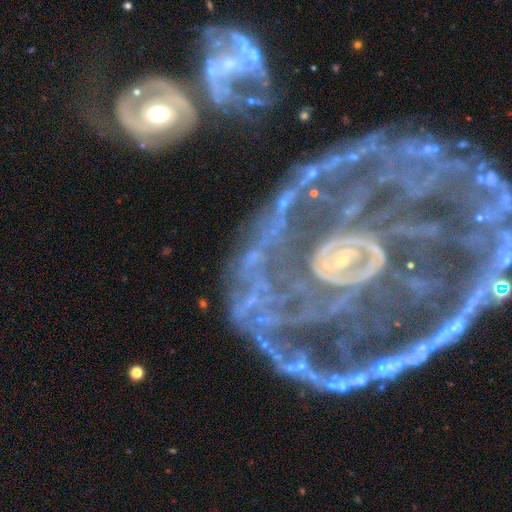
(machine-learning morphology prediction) Smooth or featured: featured or disk — 74% (star or artifact — 15%)
Edge-on disk: no — 94% (yes — 6%)
Bar: no — 52% (strong — 24%)
Spiral arms: yes — 85% (no — 15%)
Spiral winding: tight — 64% (medium — 25%)
Spiral arm count: can't tell — 31% (2 — 23%)
Bulge size: small — 58% (moderate — 28%)
Merging: none — 46% (major disturbance — 22%)